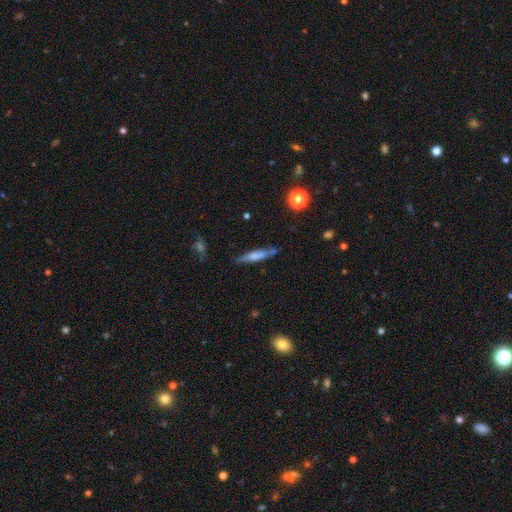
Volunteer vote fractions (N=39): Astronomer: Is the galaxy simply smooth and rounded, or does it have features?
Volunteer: smooth — 51% (runner-up: featured or disk, 44%).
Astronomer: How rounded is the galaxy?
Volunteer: cigar-shaped — 85%.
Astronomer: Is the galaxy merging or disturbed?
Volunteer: none — 65%.